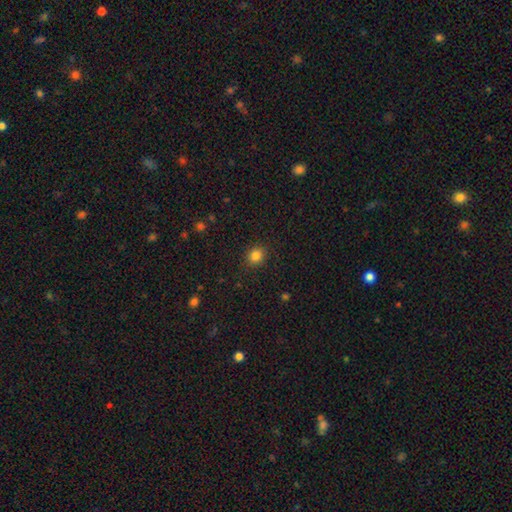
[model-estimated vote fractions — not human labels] Morphology: type=smooth (83%); roundness=round (71%); merging=none (89%).